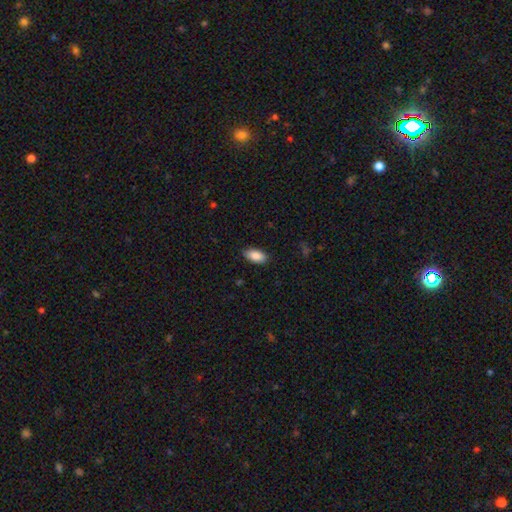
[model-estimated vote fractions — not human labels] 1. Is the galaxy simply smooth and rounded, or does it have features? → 88% smooth, 7% star or artifact, 5% featured or disk.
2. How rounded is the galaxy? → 93% in between, 5% cigar-shaped, 3% round.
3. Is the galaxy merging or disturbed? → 87% none, 10% minor disturbance, 2% major disturbance, 1% merger.